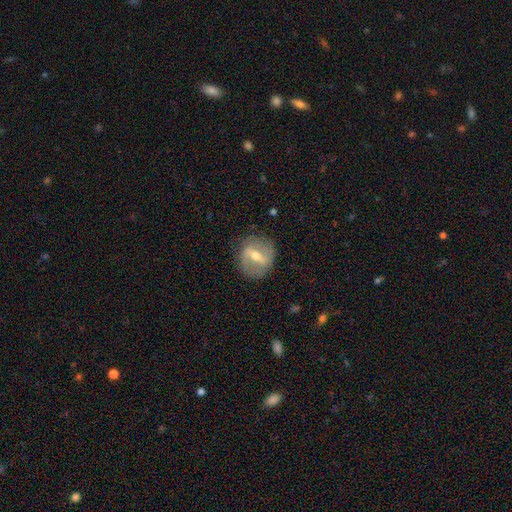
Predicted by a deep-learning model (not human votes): Q: Smooth or featured?
A: featured or disk (67%); runner-up: smooth (26%)
Q: Edge-on disk?
A: no (90%); runner-up: yes (10%)
Q: Bar?
A: strong (55%); runner-up: weak (35%)
Q: Spiral arms?
A: yes (51%); runner-up: no (49%)
Q: Bulge size?
A: moderate (65%); runner-up: small (29%)
Q: Merging?
A: none (80%); runner-up: minor disturbance (14%)